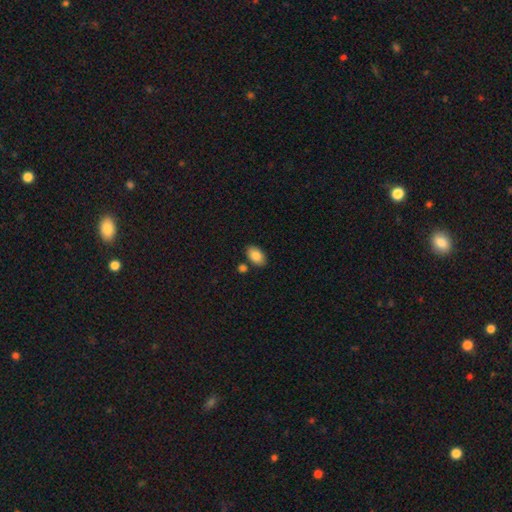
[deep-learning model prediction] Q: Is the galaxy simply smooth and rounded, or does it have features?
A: smooth — 85%.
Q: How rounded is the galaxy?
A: in between — 92%.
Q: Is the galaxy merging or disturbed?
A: none — 82%.